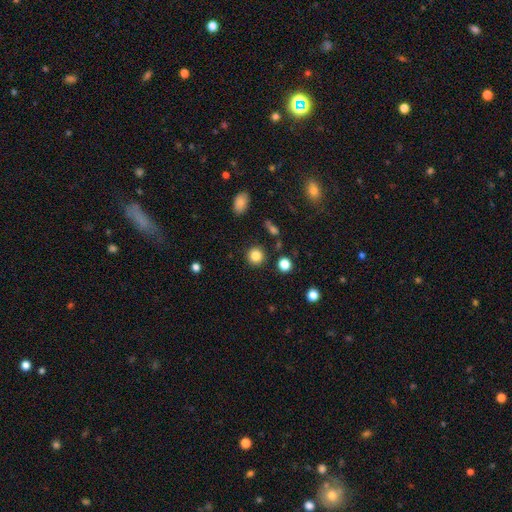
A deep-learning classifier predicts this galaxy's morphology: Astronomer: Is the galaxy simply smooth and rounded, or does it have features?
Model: smooth — 84%.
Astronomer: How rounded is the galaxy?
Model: round — 93%.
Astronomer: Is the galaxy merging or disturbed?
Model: none — 90%.